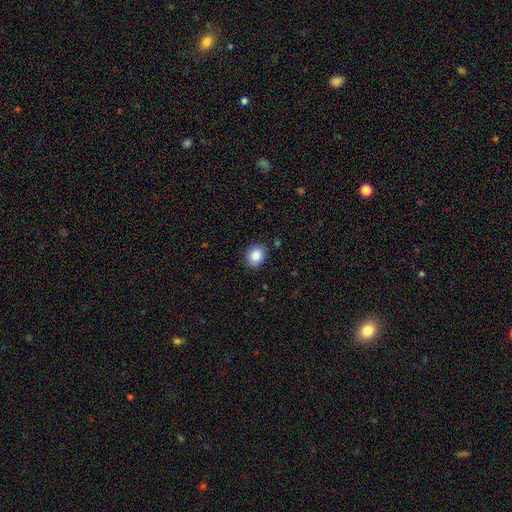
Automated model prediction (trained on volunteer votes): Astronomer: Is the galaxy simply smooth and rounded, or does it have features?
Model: smooth — 86%.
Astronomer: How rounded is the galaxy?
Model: round — 61% (runner-up: in between, 38%).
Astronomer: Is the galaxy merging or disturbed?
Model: none — 87%.